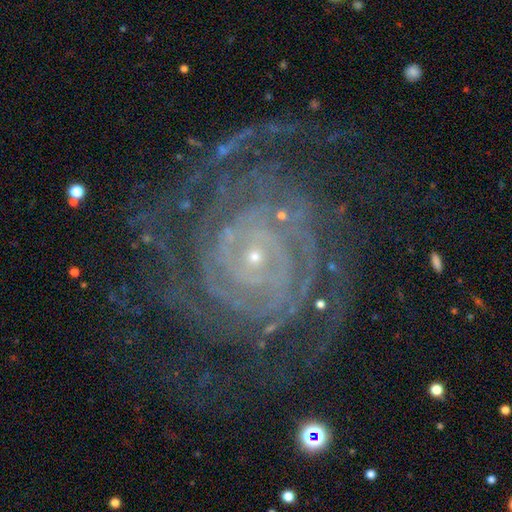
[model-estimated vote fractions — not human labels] This is clearly a featured or disk galaxy (90%). It is clearly not viewed edge-on (97%). Bar: likely no (66%). Spiral arm pattern: clearly yes (98%). Spiral arm count: marginally 2 (24%). Spiral winding: clearly tight (83%). Central bulge: clearly small (86%). Merging: likely none (73%).